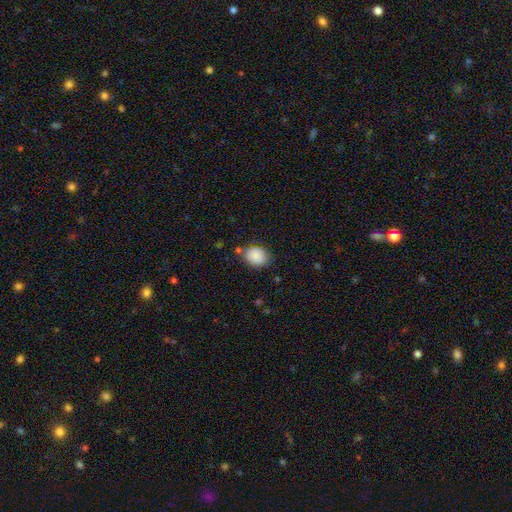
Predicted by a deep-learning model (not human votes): The model was most divided on "how rounded": round: 55%, in between: 45%, cigar-shaped: 1%. More confident: smooth or featured — smooth (87%); merging — none (76%).